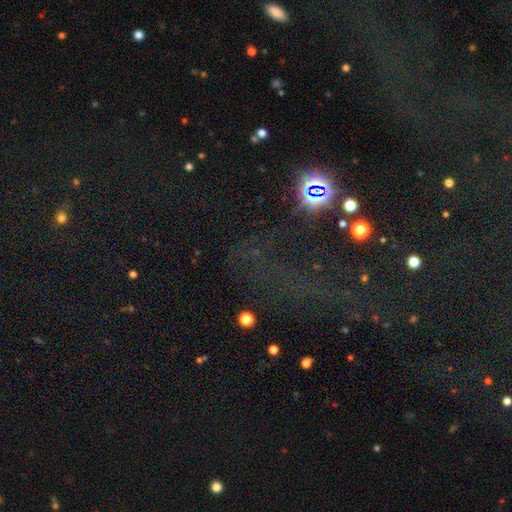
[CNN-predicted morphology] smooth_or_featured: star or artifact (p=0.71) [alt: smooth p=0.17]